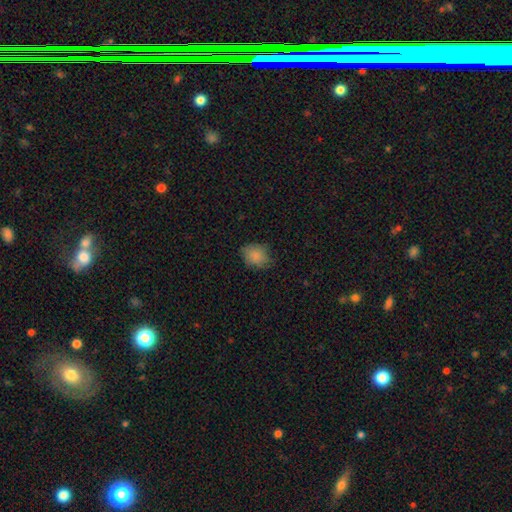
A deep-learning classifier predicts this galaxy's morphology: smooth-or-featured: smooth: 85% | star or artifact: 8% | featured or disk: 7%
  how-rounded: round: 53% | in between: 46% | cigar-shaped: 1%
  merging: none: 71% | minor disturbance: 23% | major disturbance: 5% | merger: 1%